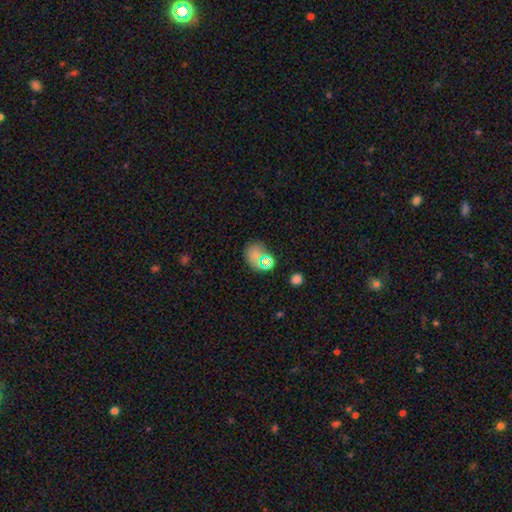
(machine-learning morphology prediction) This appears to be a smooth galaxy with no disk features (69%) that is round (53%). Merging: none (78%).